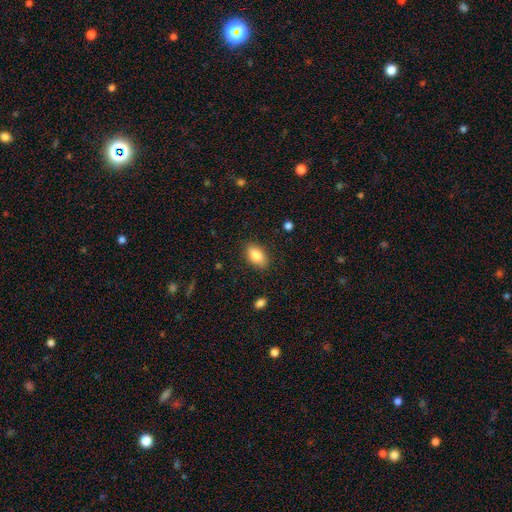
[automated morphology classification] A smooth galaxy with no disk features (84%) that is in between round and cigar-shaped (90%).

Vote fractions:
- Smooth or featured? smooth: 84% / featured or disk: 9% / star or artifact: 8%
- How rounded? in between: 90% / round: 8% / cigar-shaped: 3%
- Merging? none: 87% / minor disturbance: 9% / major disturbance: 2% / merger: 1%